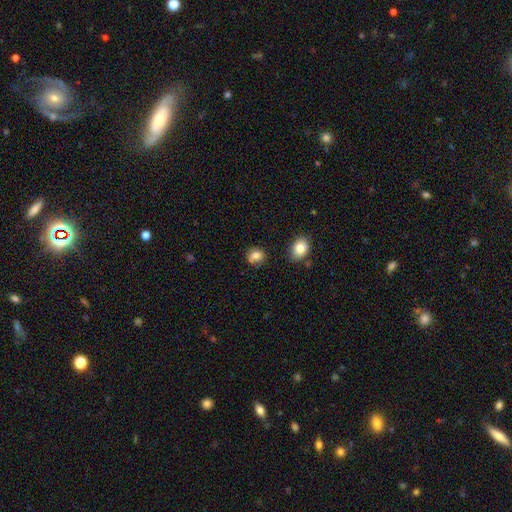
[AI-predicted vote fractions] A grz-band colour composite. It shows a smooth galaxy with no disk features (81%) that is round (74%). Merging: none (73%).